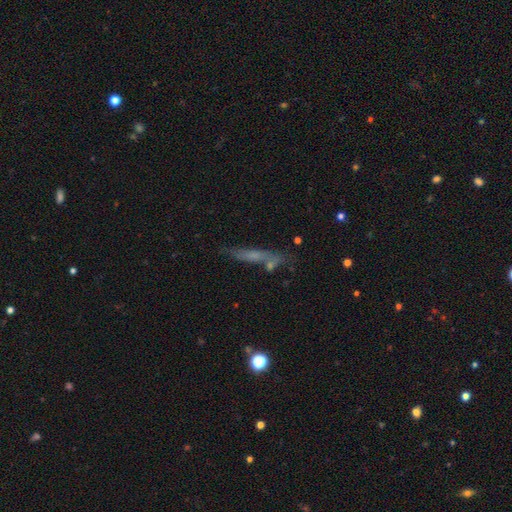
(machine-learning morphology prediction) This appears to be a smooth galaxy with no disk features (45%). Merging: none (65%).